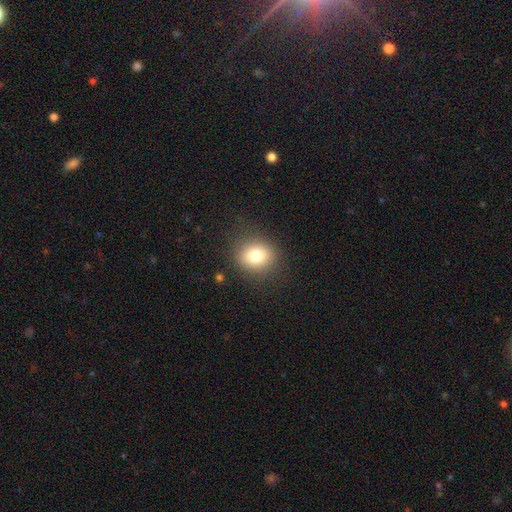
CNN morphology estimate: The model was most divided on "how rounded": round: 72%, in between: 27%, cigar-shaped: 1%. More confident: merging — none (86%); smooth or featured — smooth (79%).